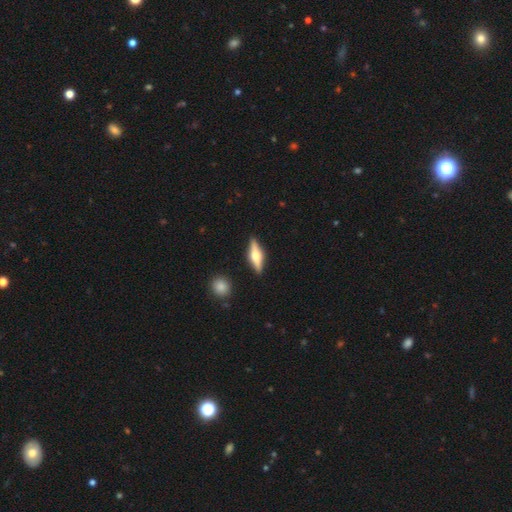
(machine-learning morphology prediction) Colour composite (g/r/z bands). It shows a featured or disk galaxy (63%) viewed edge-on (96%) with a rounded central bulge (93%). Merging: none (89%).